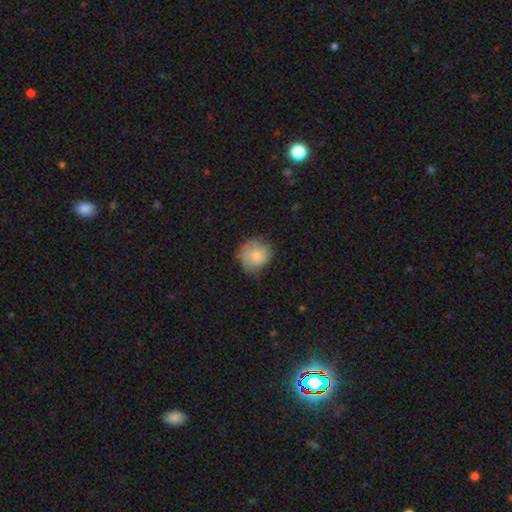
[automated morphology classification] Smooth or featured? smooth (72%)
How rounded? round (83%)
Merging? none (61%)